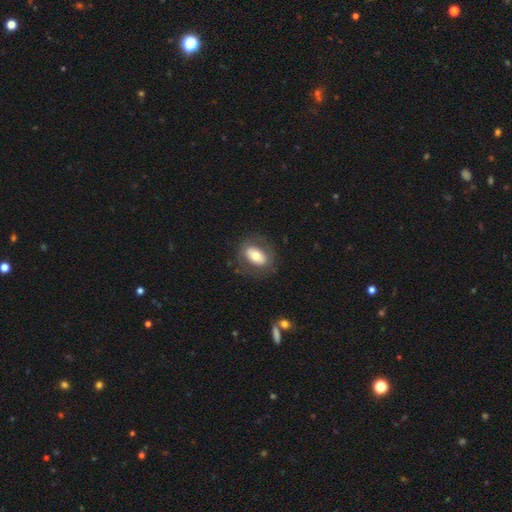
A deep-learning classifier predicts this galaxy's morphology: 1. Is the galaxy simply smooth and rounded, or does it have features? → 65% smooth, 28% featured or disk, 7% star or artifact.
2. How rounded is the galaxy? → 84% in between, 14% round, 2% cigar-shaped.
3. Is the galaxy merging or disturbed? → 78% none, 13% minor disturbance, 7% major disturbance, 1% merger.